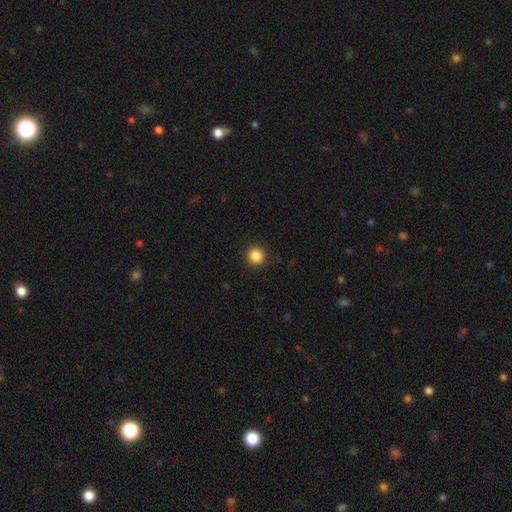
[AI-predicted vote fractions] smooth 86%, star or artifact 10%, featured or disk 3%. Down the decision tree: how rounded — round (94%); merging — none (92%).